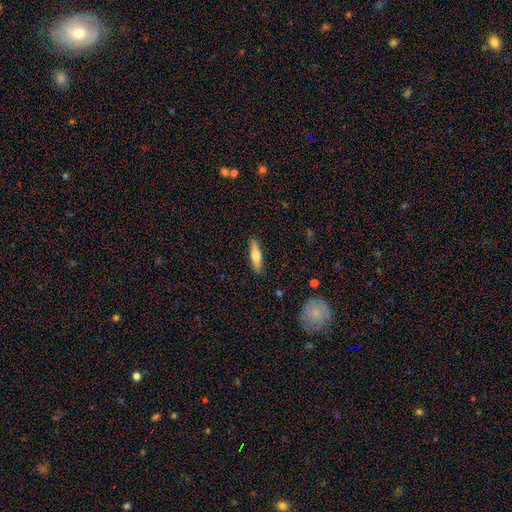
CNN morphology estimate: Overall: smooth (54%; featured or disk 40%). How rounded: cigar-shaped (71%). Merging: none (89%).